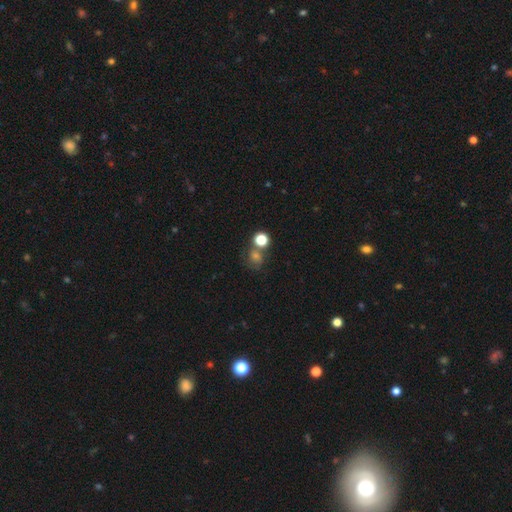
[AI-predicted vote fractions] The model was most divided on "smooth or featured": smooth: 50%, star or artifact: 33%, featured or disk: 18%. More confident: merging — none (56%).